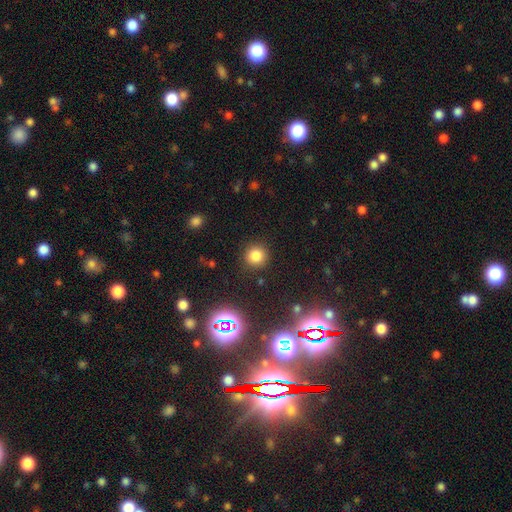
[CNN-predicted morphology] smooth-or-featured: smooth: 79% | star or artifact: 16% | featured or disk: 5%
  how-rounded: round: 92% | in between: 7% | cigar-shaped: 1%
  merging: none: 88% | minor disturbance: 7% | major disturbance: 3% | merger: 2%